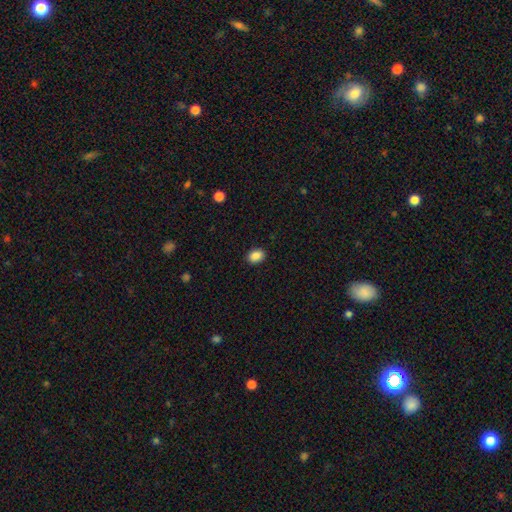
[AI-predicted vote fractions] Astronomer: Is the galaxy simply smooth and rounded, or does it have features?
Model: smooth — 88%.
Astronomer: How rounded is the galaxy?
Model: in between — 70%.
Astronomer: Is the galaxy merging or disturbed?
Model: none — 90%.